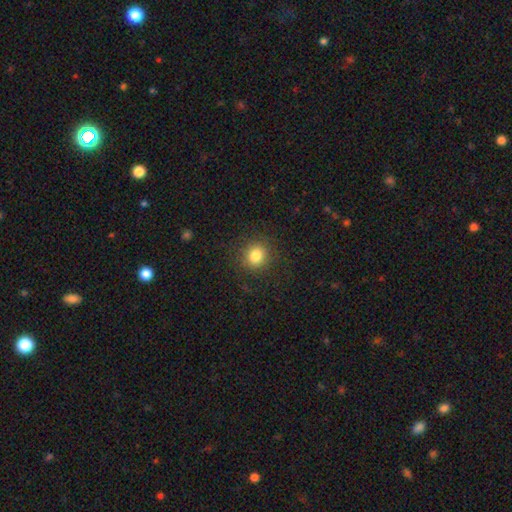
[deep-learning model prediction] Q: Smooth or featured?
A: smooth (82%); runner-up: star or artifact (12%)
Q: How rounded?
A: round (87%); runner-up: in between (12%)
Q: Merging?
A: none (87%); runner-up: minor disturbance (8%)